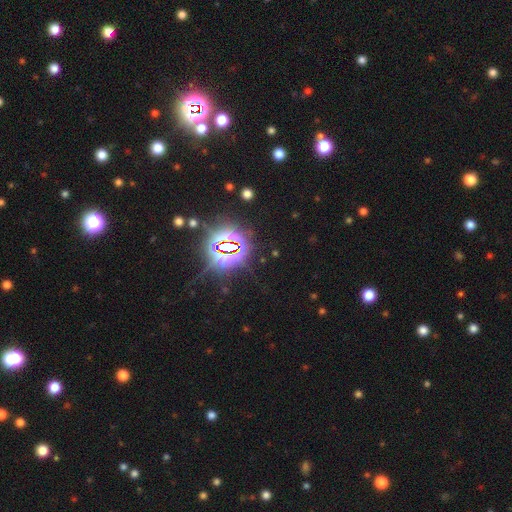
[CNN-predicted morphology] star or artifact 76%, smooth 18%, featured or disk 6%.